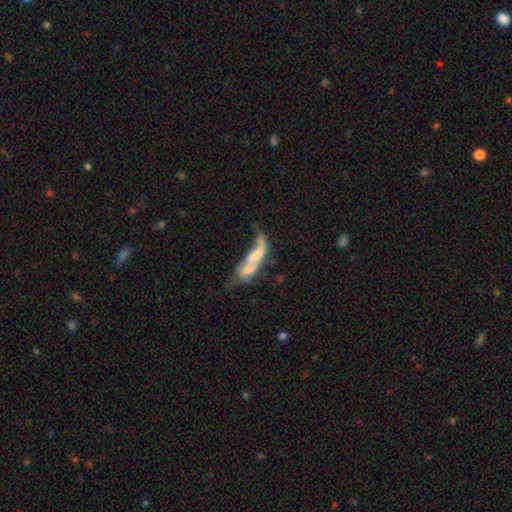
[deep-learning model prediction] featured or disk 49%, smooth 42%, star or artifact 9%. Down the decision tree: merging — merger (46%).